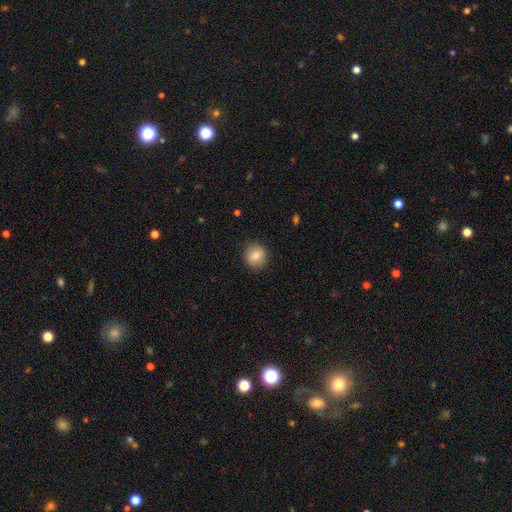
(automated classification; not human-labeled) Smooth or featured? smooth (84%)
How rounded? round (90%)
Merging? none (90%)